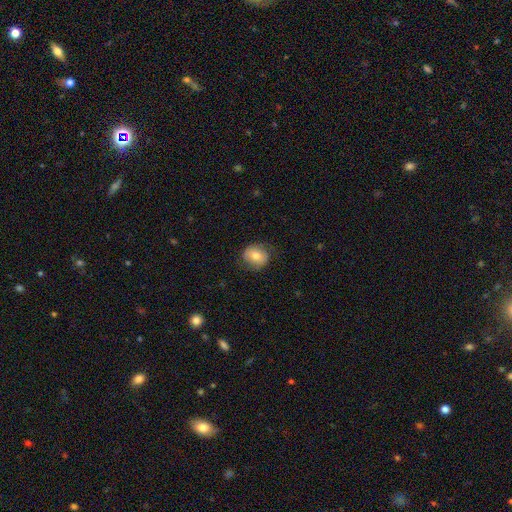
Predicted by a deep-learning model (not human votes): Q: Smooth or featured?
A: smooth (66%); runner-up: featured or disk (26%)
Q: How rounded?
A: round (70%); runner-up: in between (29%)
Q: Merging?
A: none (74%); runner-up: minor disturbance (18%)